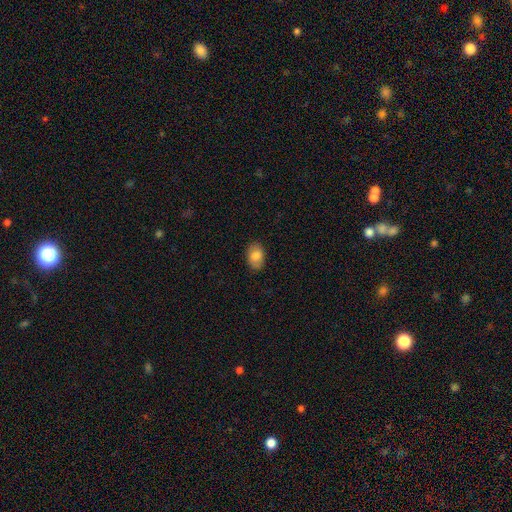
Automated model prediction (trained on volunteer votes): This appears to be a smooth galaxy with no disk features (83%) that is in between round and cigar-shaped (85%). Merging: none (86%).